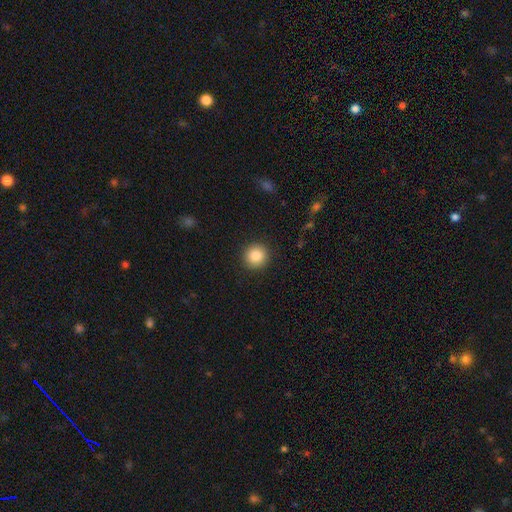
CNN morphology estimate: The model was most divided on "smooth or featured": smooth: 86%, star or artifact: 9%, featured or disk: 5%. More confident: how rounded — round (94%); merging — none (92%).